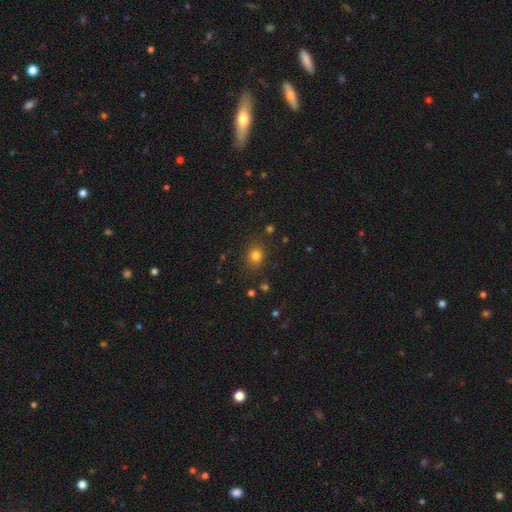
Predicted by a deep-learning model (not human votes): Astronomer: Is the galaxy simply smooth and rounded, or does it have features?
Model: smooth — 79%.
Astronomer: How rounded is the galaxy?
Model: round — 62%.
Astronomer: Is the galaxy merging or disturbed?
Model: none — 84%.